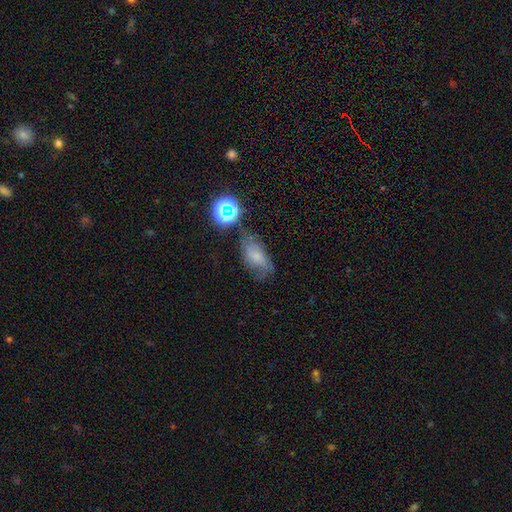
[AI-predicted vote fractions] Morphology: type=smooth (58%); roundness=in between (85%); merging=none (51%).